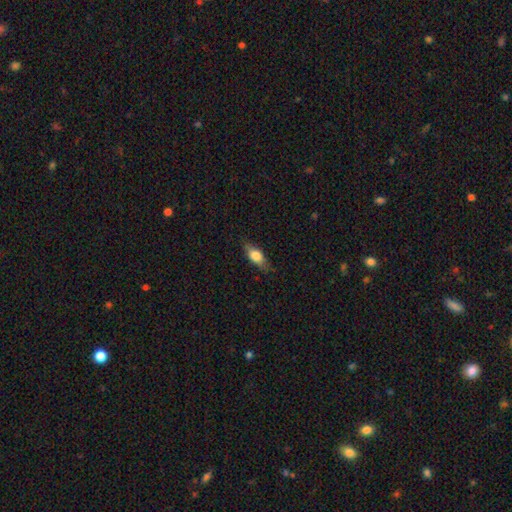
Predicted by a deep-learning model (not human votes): A smooth galaxy with no disk features (69%) that is in between round and cigar-shaped (74%). Merging: none (78%).